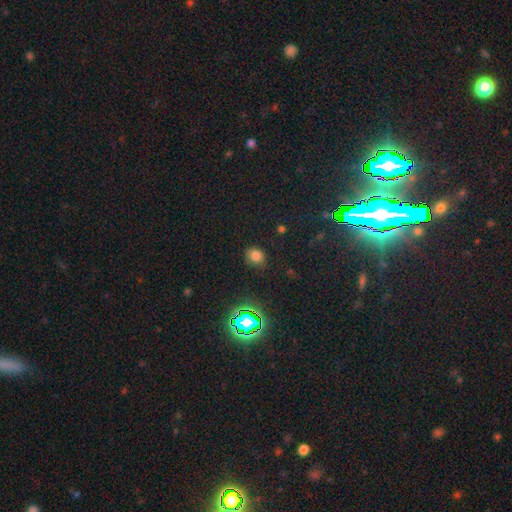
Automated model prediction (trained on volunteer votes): smooth 73%, star or artifact 21%, featured or disk 6%. Down the decision tree: how rounded — round (71%); merging — none (82%).